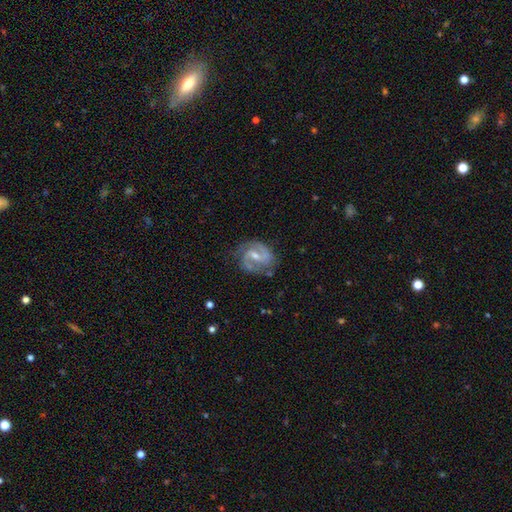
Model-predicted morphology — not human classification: smooth-or-featured: featured or disk: 87% | smooth: 7% | star or artifact: 6%
  disk-edge-on: no: 98% | yes: 2%
    bar: weak: 53% | no: 24% | strong: 23%
    has-spiral-arms: yes: 97% | no: 3%
      spiral-winding: medium: 55% | tight: 29% | loose: 16%
      spiral-arm-count: 2: 88% | can't tell: 5% | 3: 3% | 1: 2% | 4: 1% | more than 4: 1%
    bulge-size: moderate: 48% | small: 46% | none: 3% | large: 2% | dominant: 1%
  merging: none: 75% | minor disturbance: 17% | major disturbance: 6% | merger: 2%